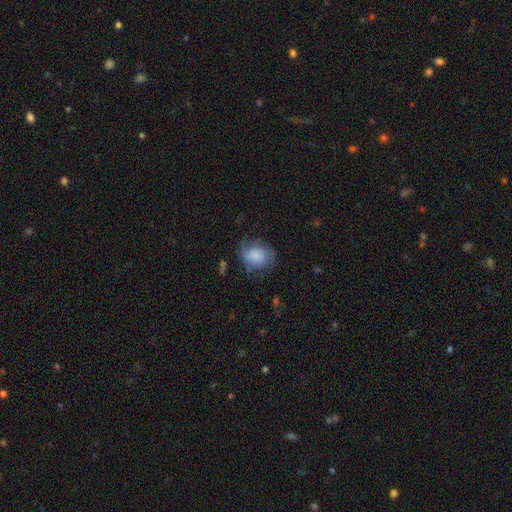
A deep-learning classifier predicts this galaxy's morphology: Smooth or featured: smooth — 57% (featured or disk — 34%)
How rounded: round — 56% (in between — 43%)
Merging: none — 47% (minor disturbance — 27%)